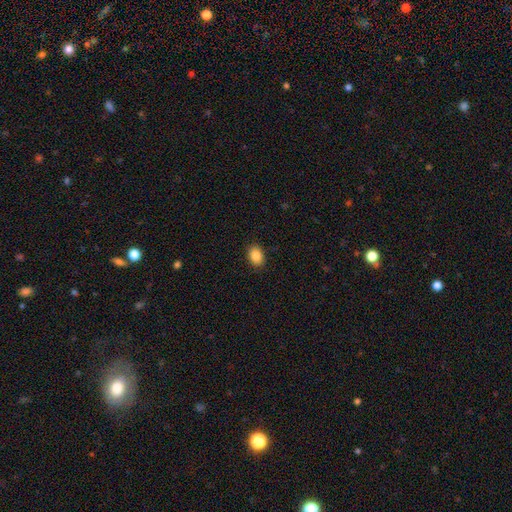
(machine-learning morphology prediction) type=smooth (87%); roundness=in between (74%); merging=none (89%).